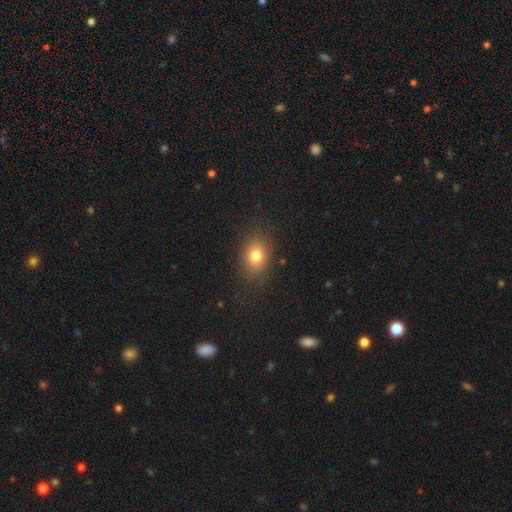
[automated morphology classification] Smooth or featured? smooth (79%)
How rounded? in between (69%)
Merging? none (84%)